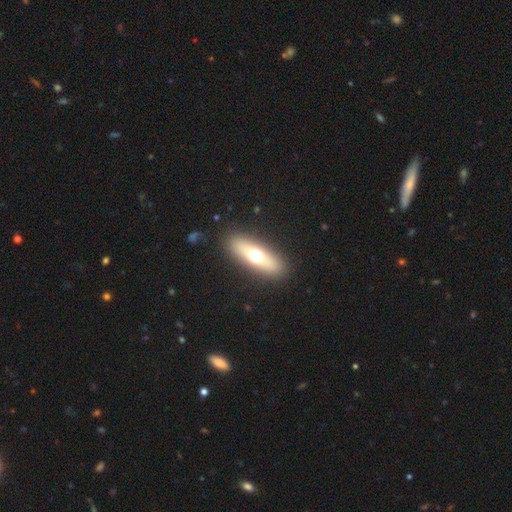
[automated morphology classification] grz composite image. It shows a smooth galaxy with no disk features (57%) that is in between round and cigar-shaped (49%). Merging: none (89%).